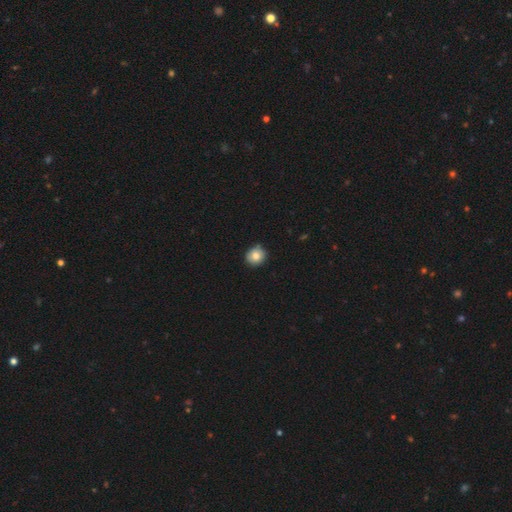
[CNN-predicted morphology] A smooth galaxy with no disk features (81%) that is round (85%).

Vote fractions:
- Smooth or featured? smooth: 81% / featured or disk: 10% / star or artifact: 9%
- How rounded? round: 85% / in between: 14% / cigar-shaped: 1%
- Merging? none: 83% / minor disturbance: 13% / major disturbance: 2% / merger: 1%